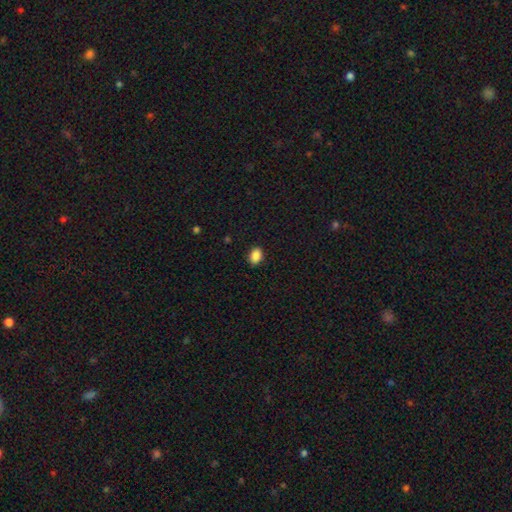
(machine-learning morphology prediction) Smooth or featured: smooth — 88% (star or artifact — 9%)
How rounded: in between — 77% (round — 21%)
Merging: none — 88% (minor disturbance — 9%)